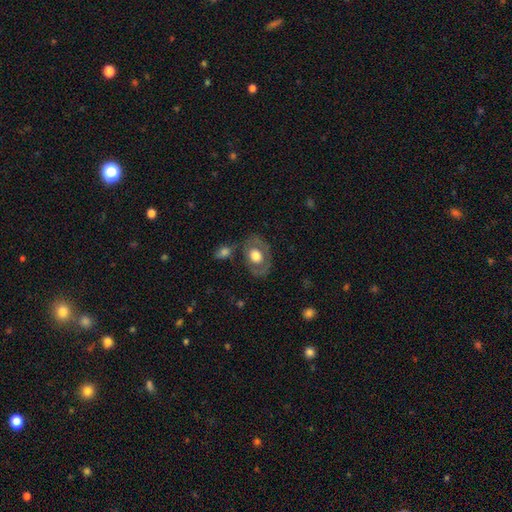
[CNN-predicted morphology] Overall: smooth (51%; featured or disk 42%). How rounded: in between (68%; round 31%). Merging: none (68%).